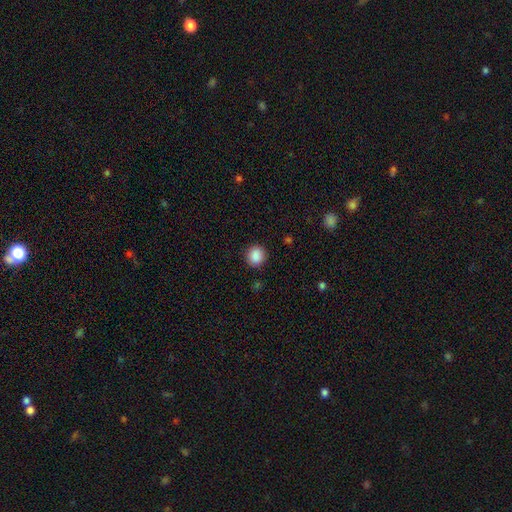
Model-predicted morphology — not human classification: A smooth galaxy with no disk features (88%) that is round (85%).

Vote fractions:
- Smooth or featured? smooth: 88% / star or artifact: 9% / featured or disk: 3%
- How rounded? round: 85% / in between: 14% / cigar-shaped: 1%
- Merging? none: 90% / minor disturbance: 7% / major disturbance: 2% / merger: 1%